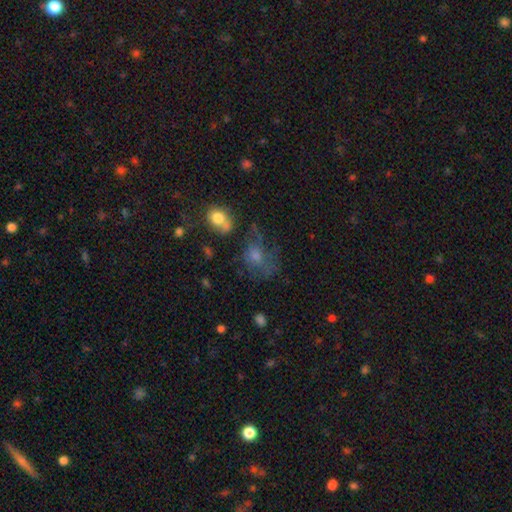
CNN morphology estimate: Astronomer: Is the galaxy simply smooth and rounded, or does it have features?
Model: smooth — 48% (runner-up: featured or disk, 31%).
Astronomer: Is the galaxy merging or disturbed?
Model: none — 36% (runner-up: major disturbance, 33%).